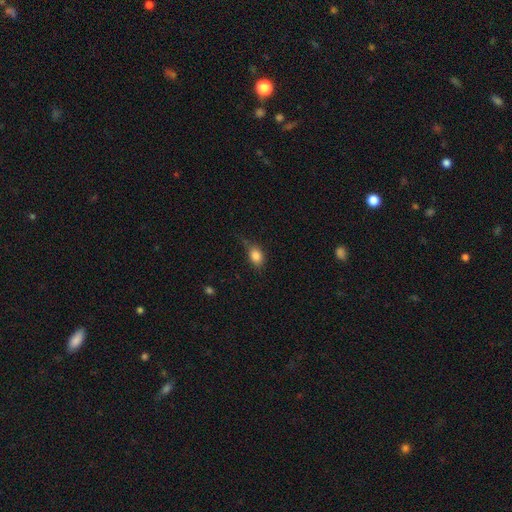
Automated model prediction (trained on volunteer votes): A smooth galaxy with no disk features (83%) that is in between round and cigar-shaped (67%).

Vote fractions:
- Smooth or featured? smooth: 83% / star or artifact: 9% / featured or disk: 8%
- How rounded? in between: 67% / round: 30% / cigar-shaped: 2%
- Merging? none: 54% / minor disturbance: 32% / major disturbance: 11% / merger: 2%